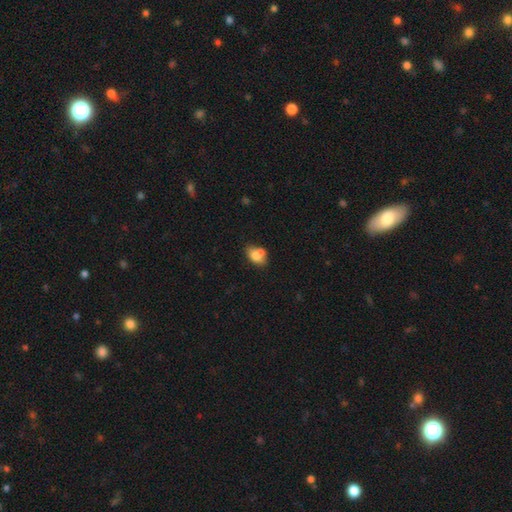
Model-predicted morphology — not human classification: smooth 73%, featured or disk 18%, star or artifact 9%. Down the decision tree: how rounded — in between (75%); merging — none (39%).